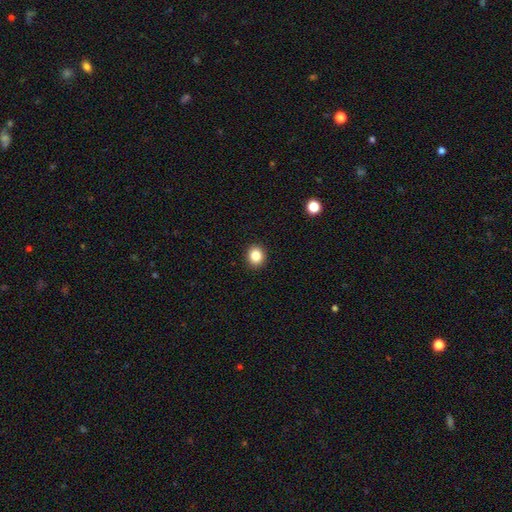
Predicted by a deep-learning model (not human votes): Smooth or featured? smooth (85%)
How rounded? round (79%)
Merging? none (92%)